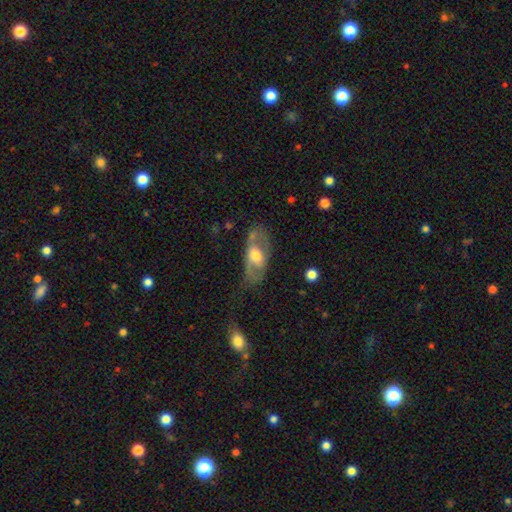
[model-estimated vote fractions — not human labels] A featured or disk galaxy (56%).

Vote fractions:
- Smooth or featured? featured or disk: 56% / smooth: 38% / star or artifact: 6%
- Edge-on disk? no: 81% / yes: 19%
- Merging? none: 63% / minor disturbance: 22% / major disturbance: 13% / merger: 2%